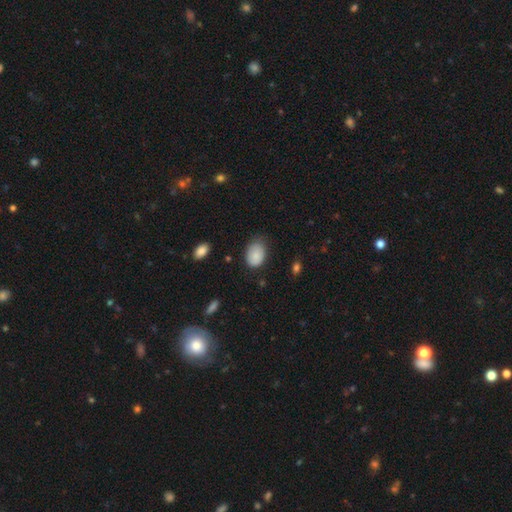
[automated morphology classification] Smooth or featured? Predicted: smooth (p=0.85). How rounded? Predicted: in between (p=0.79). Merging? Predicted: none (p=0.59).